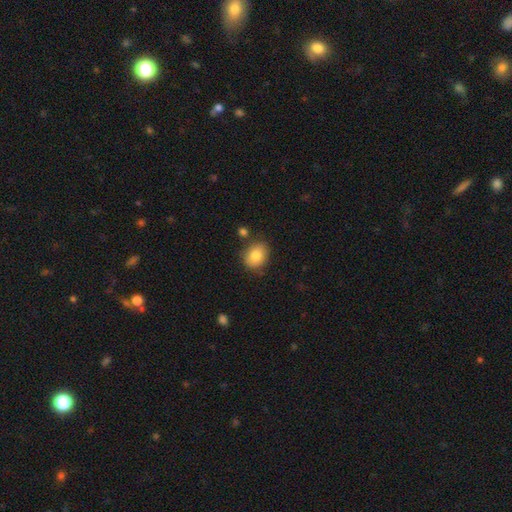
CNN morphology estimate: A smooth galaxy with no disk features (83%) that is round (50%). Merging: none (76%).